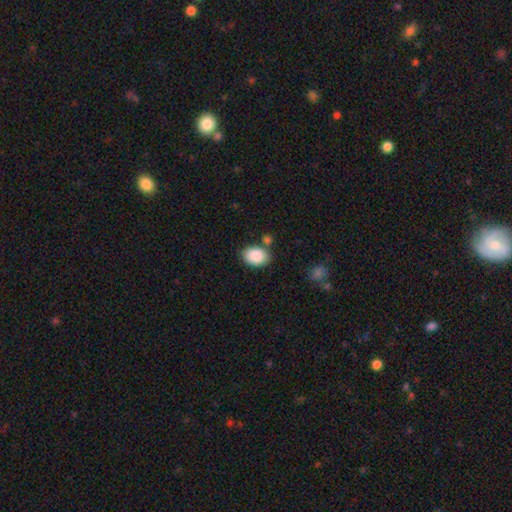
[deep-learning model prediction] This appears to be a smooth galaxy with no disk features (89%) that is in between round and cigar-shaped (77%). Merging: none (73%).